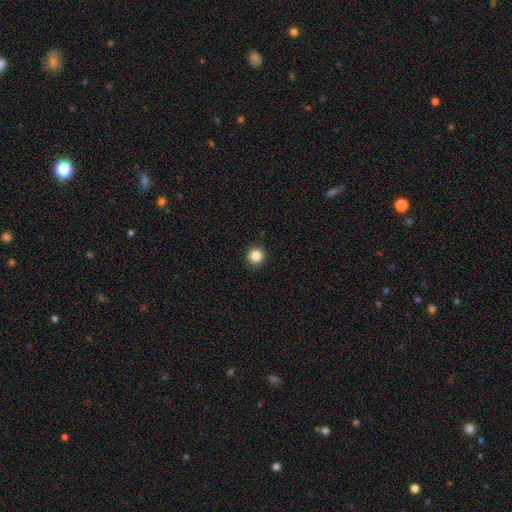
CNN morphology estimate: The model was most divided on "smooth or featured": smooth: 85%, star or artifact: 11%, featured or disk: 4%. More confident: how rounded — round (93%); merging — none (92%).